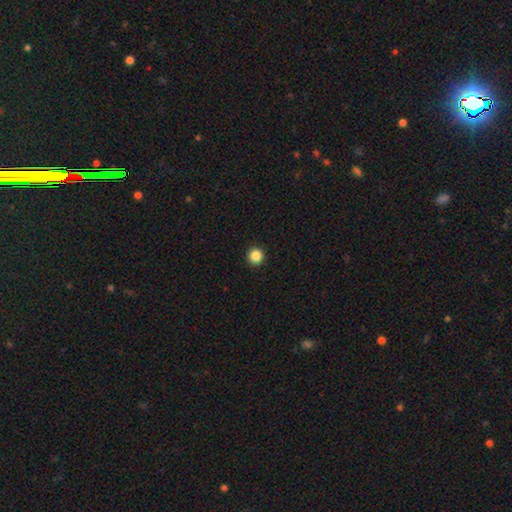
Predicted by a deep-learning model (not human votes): Overall: smooth (87%). How rounded: round (96%). Merging: none (94%).